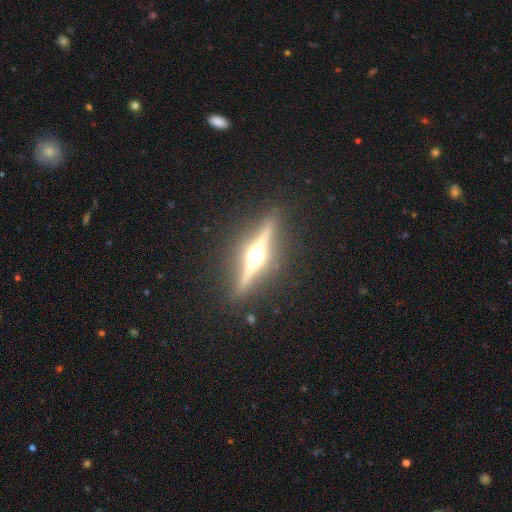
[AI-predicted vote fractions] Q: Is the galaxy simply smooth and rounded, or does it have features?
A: featured or disk — 83%.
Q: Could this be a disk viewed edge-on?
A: yes — 97%.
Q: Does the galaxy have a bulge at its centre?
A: rounded — 96%.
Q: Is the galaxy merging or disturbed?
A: none — 89%.